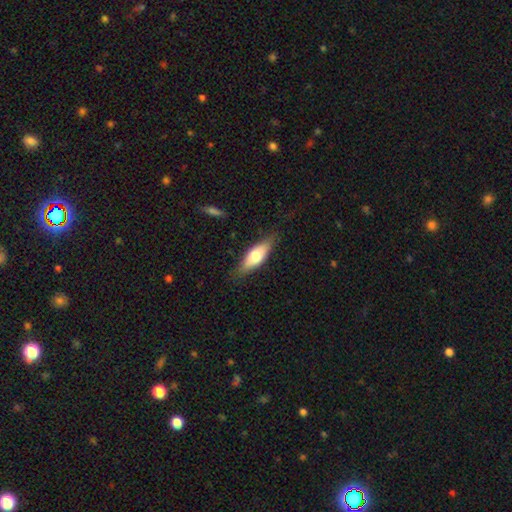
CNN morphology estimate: Smooth or featured: smooth — 64% (featured or disk — 30%)
How rounded: in between — 66% (cigar-shaped — 32%)
Merging: none — 80% (minor disturbance — 15%)